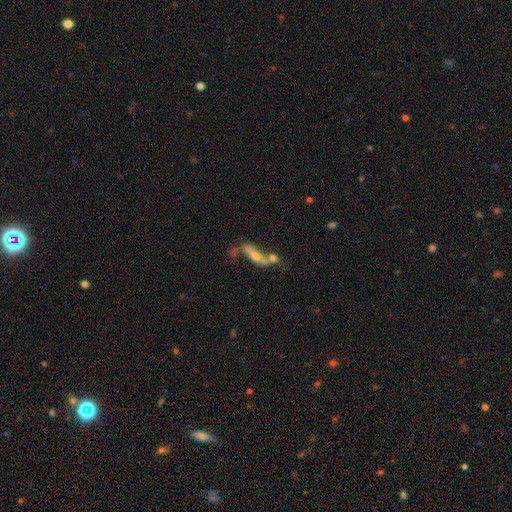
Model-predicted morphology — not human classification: Overall: featured or disk (55%; smooth 34%). Edge-on disk: no (62%; yes 38%). Merging: merger (44%; none 28%).